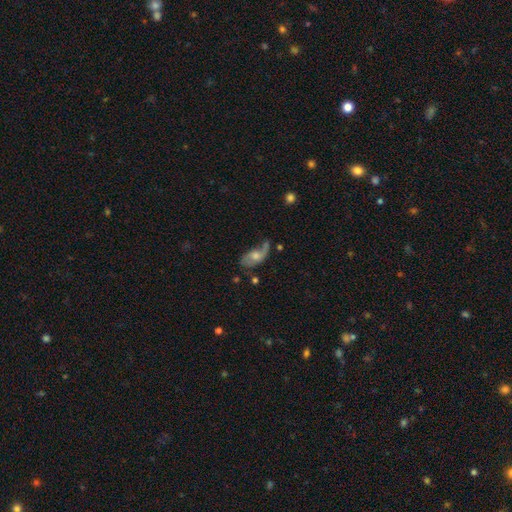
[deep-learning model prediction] A featured or disk galaxy (59%) with no bar (69%), spiral arms (79%) and a moderate central bulge (57%).

Vote fractions:
- Smooth or featured? featured or disk: 59% / smooth: 31% / star or artifact: 9%
- Edge-on disk? no: 91% / yes: 9%
- Bar? no: 69% / weak: 25% / strong: 5%
- Spiral arms? yes: 79% / no: 21%
- Bulge size? moderate: 57% / small: 23% / large: 13% / none: 5% / dominant: 2%
- Merging? none: 42% / minor disturbance: 27% / major disturbance: 23% / merger: 7%